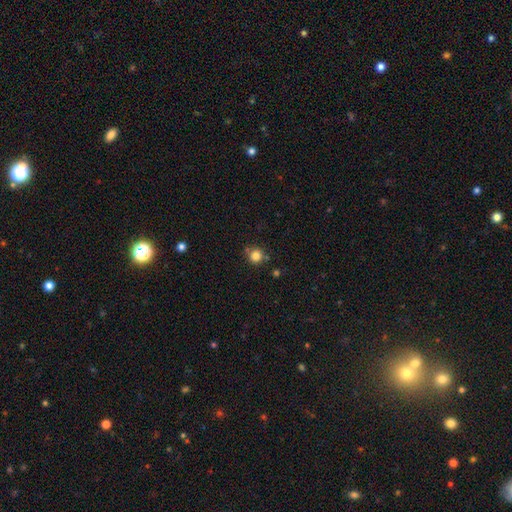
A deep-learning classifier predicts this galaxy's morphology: smooth_or_featured: smooth (p=0.81) [alt: star or artifact p=0.12]
how_rounded: round (p=0.92) [alt: in between p=0.07]
merging: none (p=0.76) [alt: minor disturbance p=0.12]